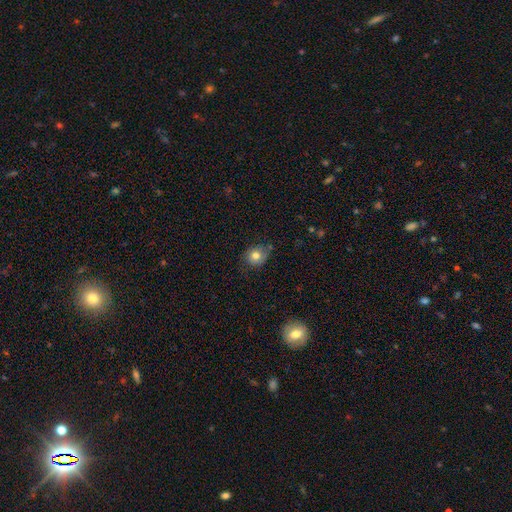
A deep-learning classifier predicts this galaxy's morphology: The model was most divided on "how rounded": round: 68%, in between: 31%, cigar-shaped: 1%. More confident: smooth or featured — smooth (76%); merging — none (66%).